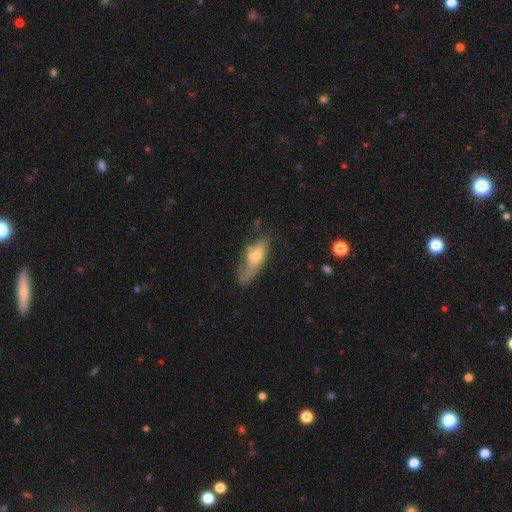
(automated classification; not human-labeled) Overall: smooth (50%; featured or disk 42%). How rounded: in between (58%; cigar-shaped 39%). Merging: none (38%; minor disturbance 28%).